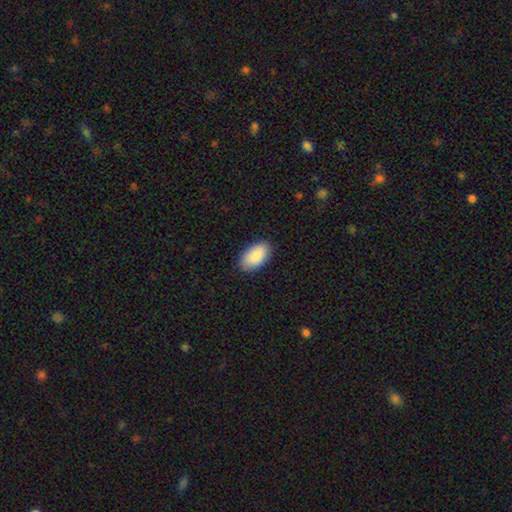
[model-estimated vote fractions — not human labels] Smooth or featured?
  - smooth: 89% *
  - star or artifact: 6%
  - featured or disk: 5%
How rounded?
  - in between: 96% *
  - round: 3%
  - cigar-shaped: 2%
Merging?
  - none: 88% *
  - minor disturbance: 9%
  - major disturbance: 2%
  - merger: 1%